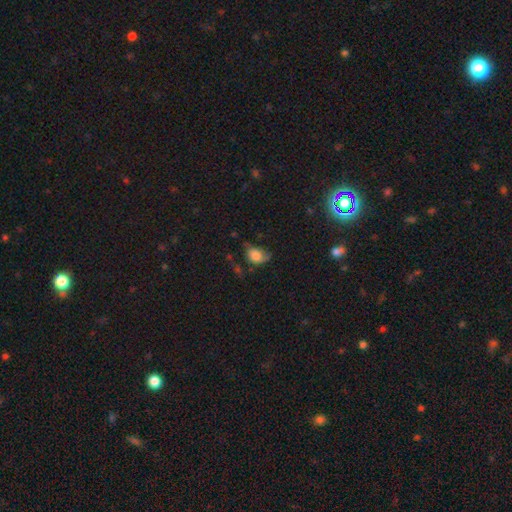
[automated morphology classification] smooth 71%, featured or disk 19%, star or artifact 10%. Down the decision tree: how rounded — in between (74%); merging — minor disturbance (37%).